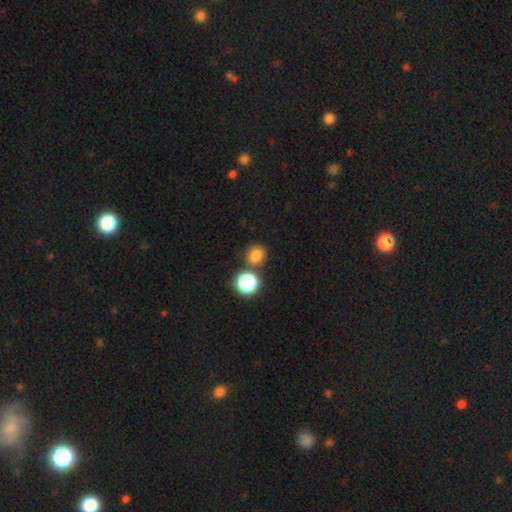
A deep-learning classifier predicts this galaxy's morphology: This appears to be a smooth galaxy with no disk features (78%) that is round (80%). Merging: none (75%).